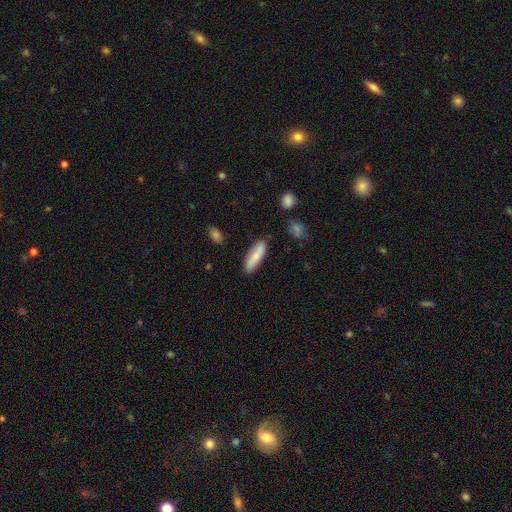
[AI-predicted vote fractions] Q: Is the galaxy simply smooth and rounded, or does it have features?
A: smooth — 75%.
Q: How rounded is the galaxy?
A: cigar-shaped — 62%.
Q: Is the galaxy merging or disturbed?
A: none — 83%.